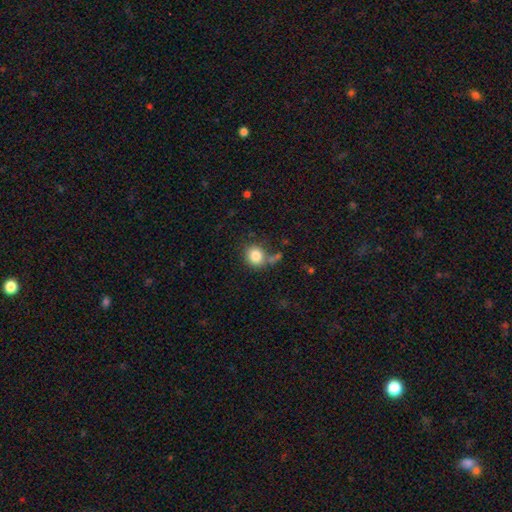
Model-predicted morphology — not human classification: A smooth galaxy with no disk features (83%) that is round (78%). Merging: none (62%).